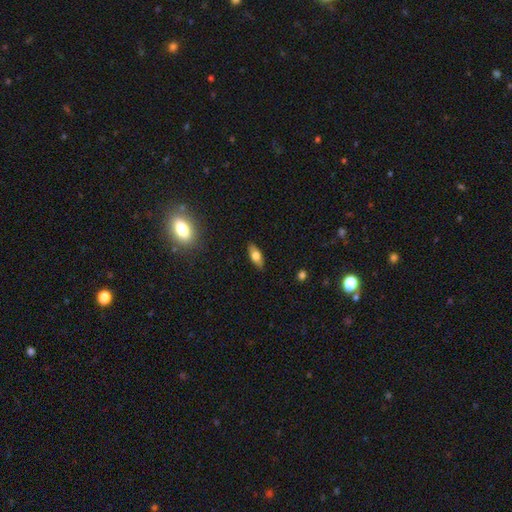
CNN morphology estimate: The model was most divided on "smooth or featured": smooth: 68%, featured or disk: 25%, star or artifact: 8%. More confident: merging — none (87%); how rounded — in between (78%).